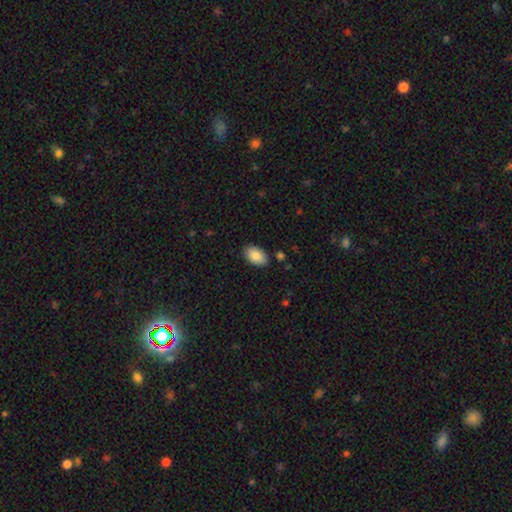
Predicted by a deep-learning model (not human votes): Overall: smooth (85%). How rounded: in between (94%). Merging: none (87%).